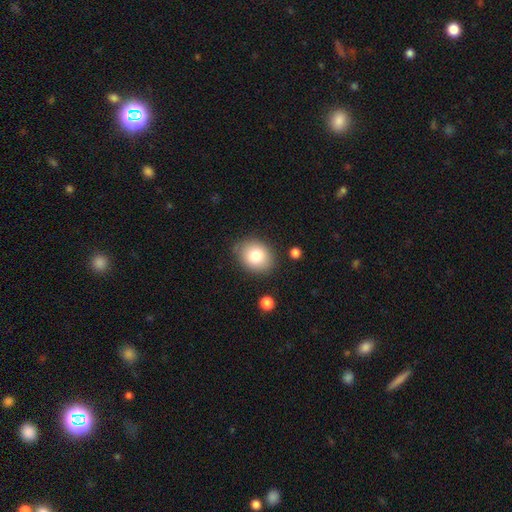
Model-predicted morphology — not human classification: smooth-or-featured: smooth: 80% | featured or disk: 11% | star or artifact: 9%
  how-rounded: round: 52% | in between: 47% | cigar-shaped: 1%
  merging: none: 81% | minor disturbance: 14% | major disturbance: 3% | merger: 2%